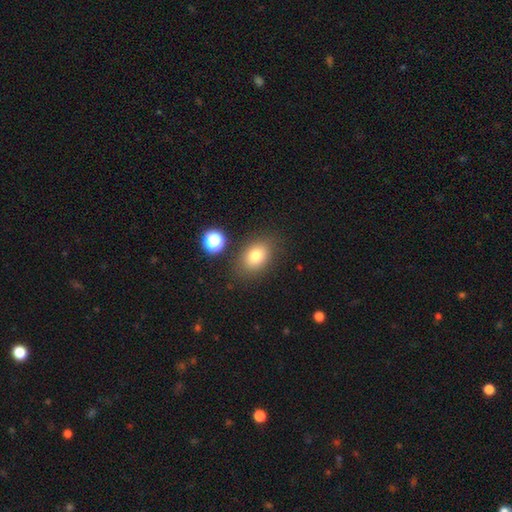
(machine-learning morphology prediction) smooth-or-featured: smooth: 78% | star or artifact: 12% | featured or disk: 10%
  how-rounded: in between: 74% | round: 25% | cigar-shaped: 1%
  merging: none: 79% | minor disturbance: 12% | major disturbance: 4% | merger: 4%